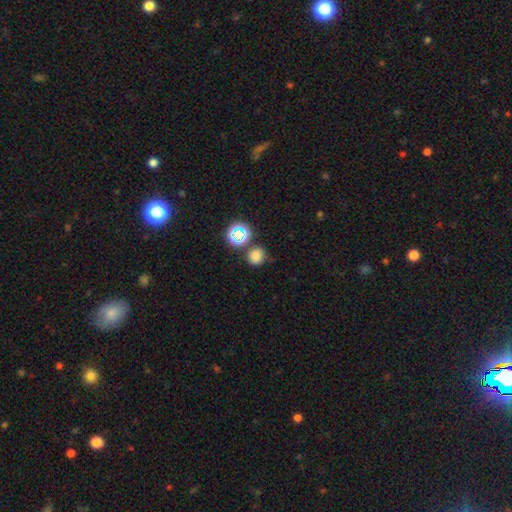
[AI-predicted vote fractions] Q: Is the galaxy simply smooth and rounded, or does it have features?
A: smooth — 73%.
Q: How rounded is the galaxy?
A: round — 84%.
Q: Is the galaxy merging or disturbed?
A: none — 74%.